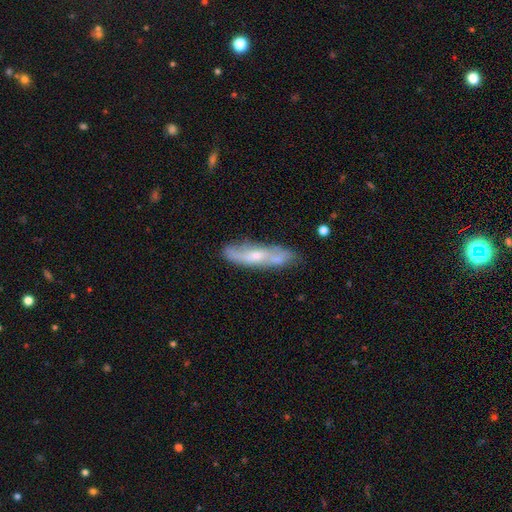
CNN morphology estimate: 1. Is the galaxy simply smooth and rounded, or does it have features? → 61% featured or disk, 33% smooth, 7% star or artifact.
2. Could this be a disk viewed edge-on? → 63% no, 37% yes.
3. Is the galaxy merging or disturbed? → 64% none, 22% minor disturbance, 8% merger, 6% major disturbance.